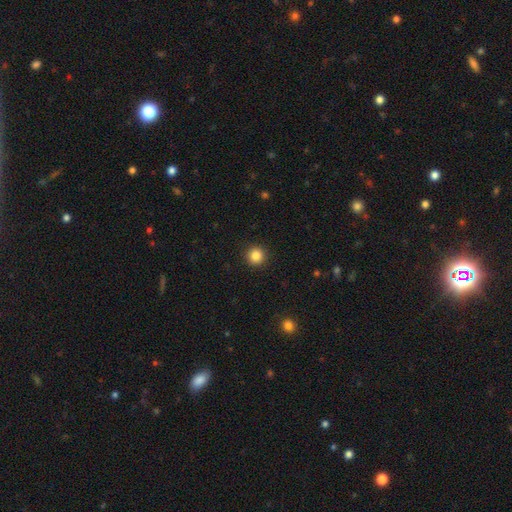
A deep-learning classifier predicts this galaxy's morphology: type=smooth (84%); roundness=round (94%); merging=none (93%).